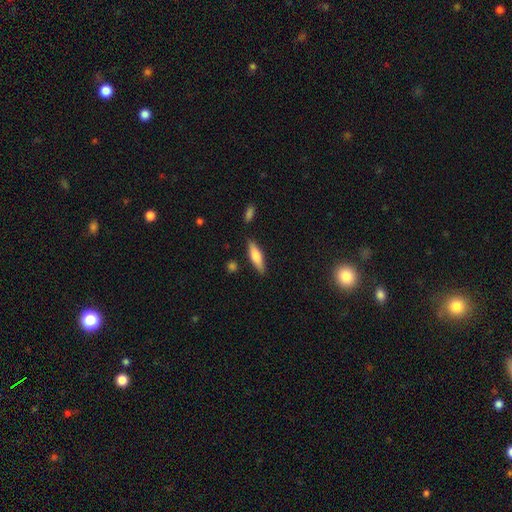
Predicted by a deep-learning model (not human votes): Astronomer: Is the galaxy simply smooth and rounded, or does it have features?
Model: smooth — 65%.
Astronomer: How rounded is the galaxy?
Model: cigar-shaped — 64%.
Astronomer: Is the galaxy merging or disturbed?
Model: none — 83%.